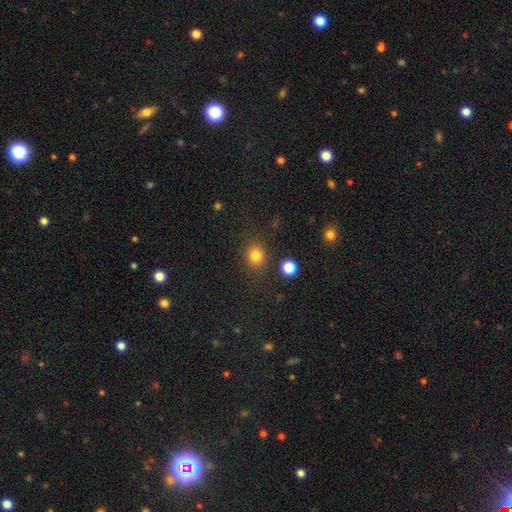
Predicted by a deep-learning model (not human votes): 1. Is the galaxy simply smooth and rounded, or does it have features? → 81% smooth, 13% star or artifact, 5% featured or disk.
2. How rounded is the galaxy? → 78% round, 22% in between, 1% cigar-shaped.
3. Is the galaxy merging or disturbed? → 84% none, 9% minor disturbance, 4% merger, 4% major disturbance.